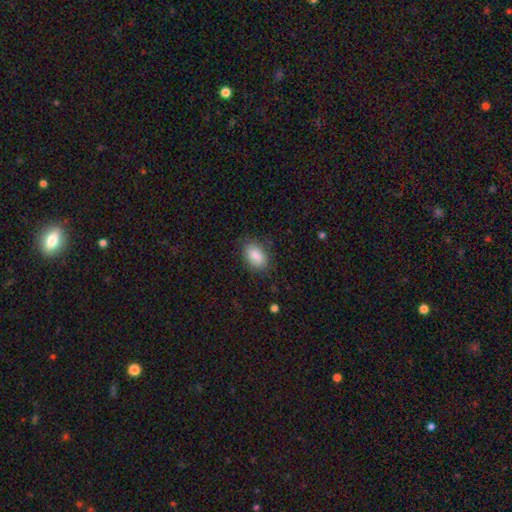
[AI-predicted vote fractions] This appears to be a smooth galaxy with no disk features (87%) that is in between round and cigar-shaped (89%). Merging: none (82%).